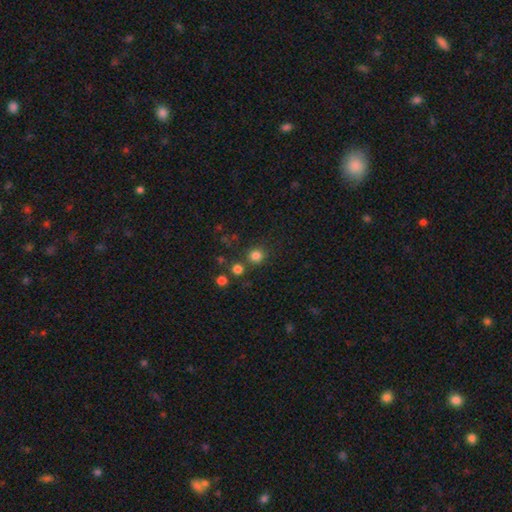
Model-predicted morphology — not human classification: This appears to be a smooth galaxy with no disk features (81%) that is round (91%). Merging: none (79%).